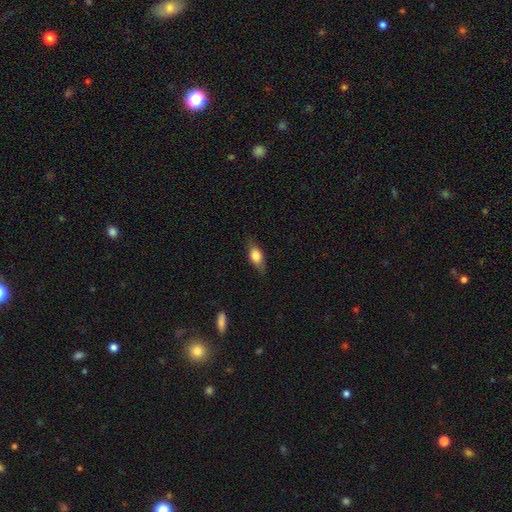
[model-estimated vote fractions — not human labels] smooth-or-featured: smooth: 68% | featured or disk: 25% | star or artifact: 8%
  how-rounded: in between: 75% | cigar-shaped: 16% | round: 9%
  merging: none: 74% | minor disturbance: 20% | major disturbance: 5% | merger: 1%